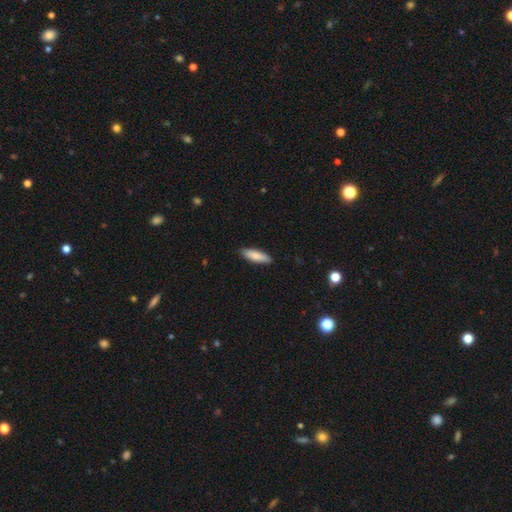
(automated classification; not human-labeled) This appears to be a smooth galaxy with no disk features (85%) that is cigar-shaped (58%). Merging: none (88%).